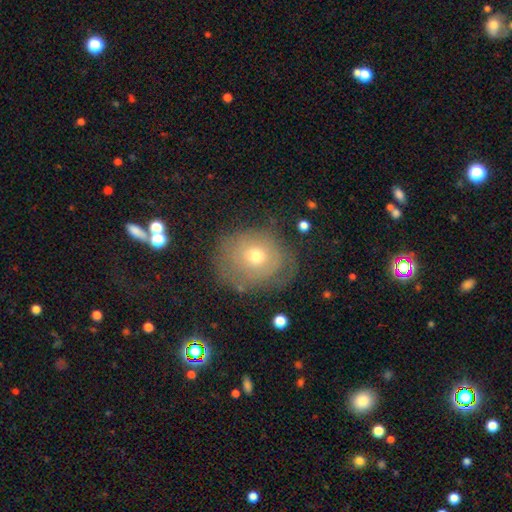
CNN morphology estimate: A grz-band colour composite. It shows a smooth galaxy with no disk features (57%) that is round (74%). Merging: none (57%).